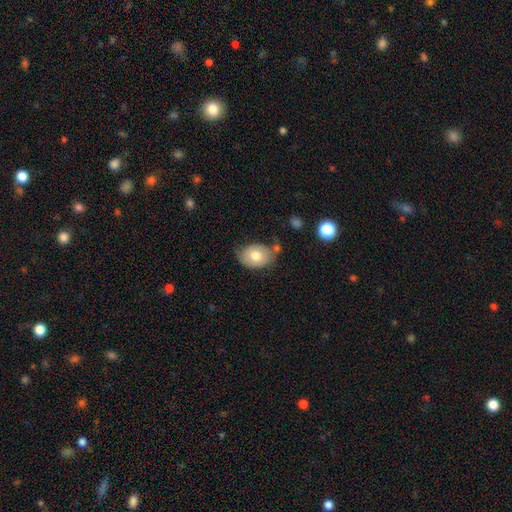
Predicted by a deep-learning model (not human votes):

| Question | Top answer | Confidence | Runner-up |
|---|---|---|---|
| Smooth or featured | smooth | 71% | featured or disk (21%) |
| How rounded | in between | 68% | round (31%) |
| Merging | none | 55% | minor disturbance (29%) |